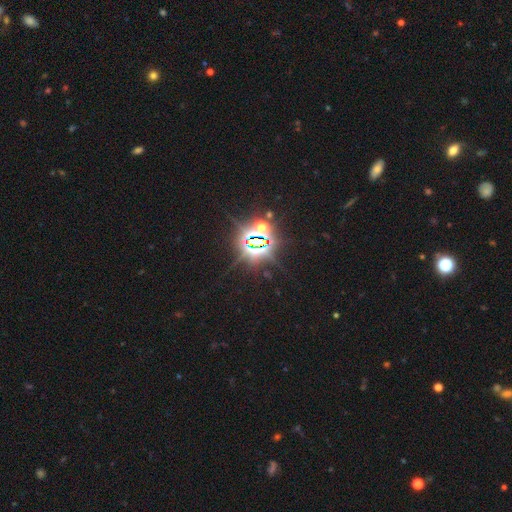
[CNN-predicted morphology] A star or artifact, not a galaxy (84%).